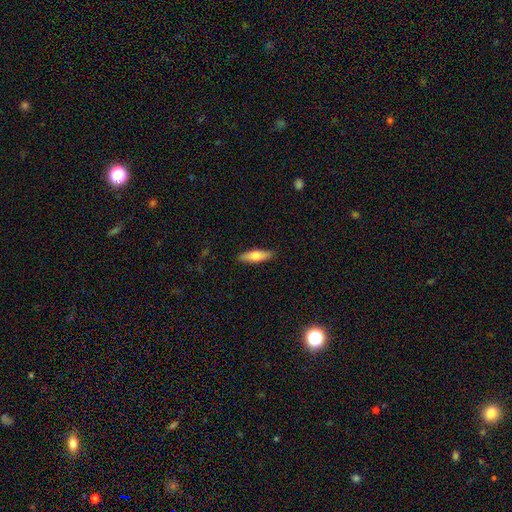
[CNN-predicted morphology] This appears to be a smooth galaxy with no disk features (68%) that is cigar-shaped (53%). Merging: none (88%).